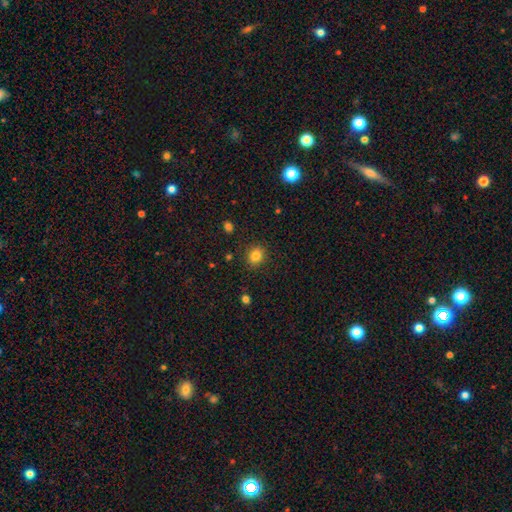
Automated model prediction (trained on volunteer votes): Q: Smooth or featured?
A: smooth (83%); runner-up: star or artifact (12%)
Q: How rounded?
A: round (66%); runner-up: in between (33%)
Q: Merging?
A: none (88%); runner-up: minor disturbance (8%)